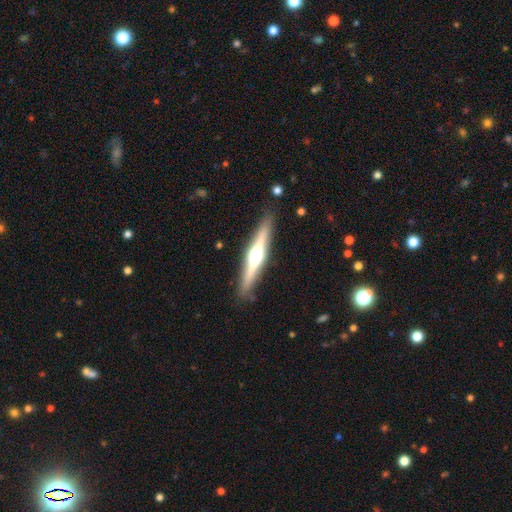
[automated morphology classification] smooth-or-featured: featured or disk: 70% | smooth: 24% | star or artifact: 6%
  disk-edge-on: yes: 97% | no: 3%
    edge-on-bulge: rounded: 93% | boxy: 4% | none: 3%
  merging: none: 89% | minor disturbance: 8% | major disturbance: 2% | merger: 1%